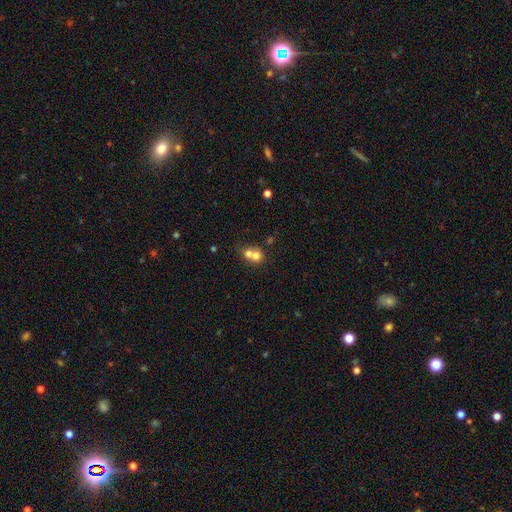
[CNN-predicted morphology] smooth_or_featured: smooth (p=0.69) [alt: featured or disk p=0.20]
how_rounded: round (p=0.77) [alt: in between p=0.22]
merging: merger (p=0.66) [alt: none p=0.26]